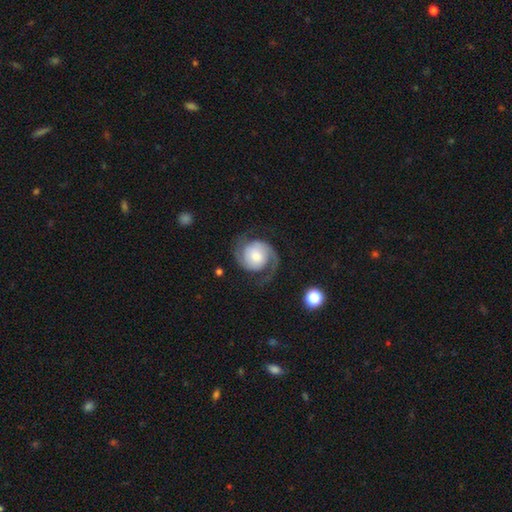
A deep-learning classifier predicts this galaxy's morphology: A featured or disk galaxy (84%) with no bar (69%), 2 (90%) medium (46%) spiral arms (97%) and a moderate central bulge (34%). Merging: none (72%).